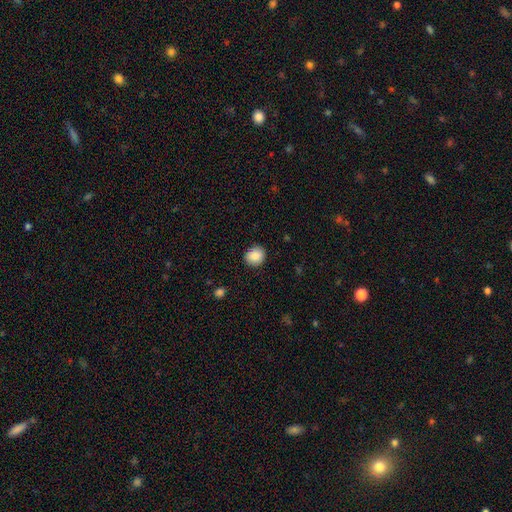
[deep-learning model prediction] Q: Smooth or featured?
A: smooth (87%); runner-up: star or artifact (8%)
Q: How rounded?
A: round (82%); runner-up: in between (17%)
Q: Merging?
A: none (88%); runner-up: minor disturbance (8%)